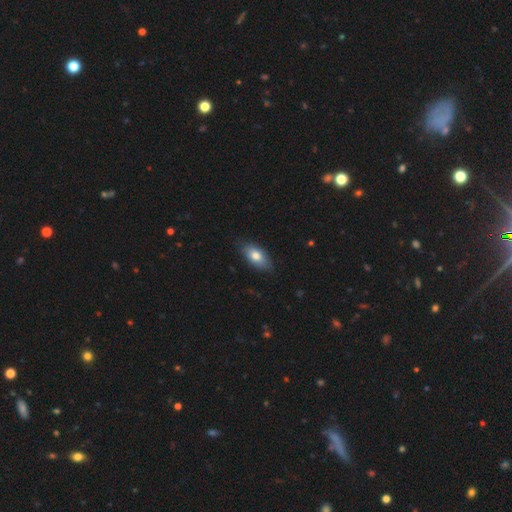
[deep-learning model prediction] Smooth or featured? smooth (75%)
How rounded? in between (90%)
Merging? none (82%)